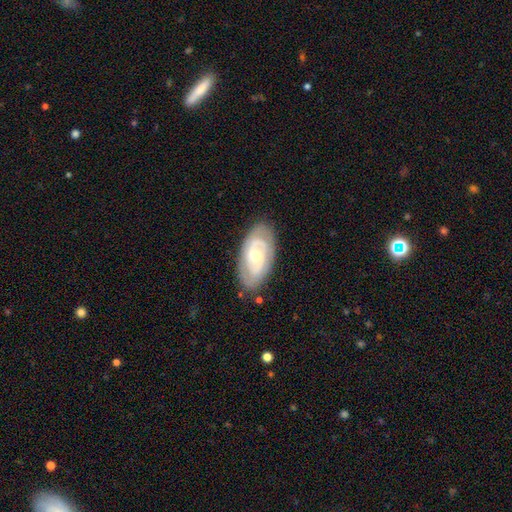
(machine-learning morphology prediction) Q: Smooth or featured?
A: featured or disk (78%); runner-up: smooth (18%)
Q: Edge-on disk?
A: no (95%); runner-up: yes (5%)
Q: Bar?
A: no (55%); runner-up: weak (37%)
Q: Spiral arms?
A: yes (90%); runner-up: no (10%)
Q: Spiral winding?
A: tight (57%); runner-up: medium (34%)
Q: Spiral arm count?
A: 2 (58%); runner-up: can't tell (23%)
Q: Bulge size?
A: moderate (54%); runner-up: small (39%)
Q: Merging?
A: none (80%); runner-up: minor disturbance (15%)